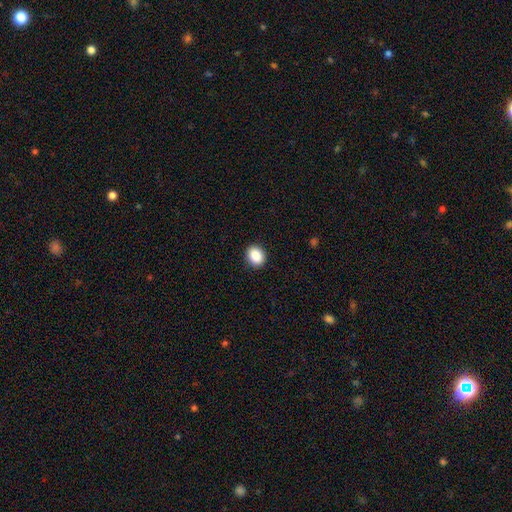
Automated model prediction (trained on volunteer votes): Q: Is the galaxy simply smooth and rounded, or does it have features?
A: smooth — 89%.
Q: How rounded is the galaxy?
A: round — 50%.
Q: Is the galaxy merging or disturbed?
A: none — 91%.